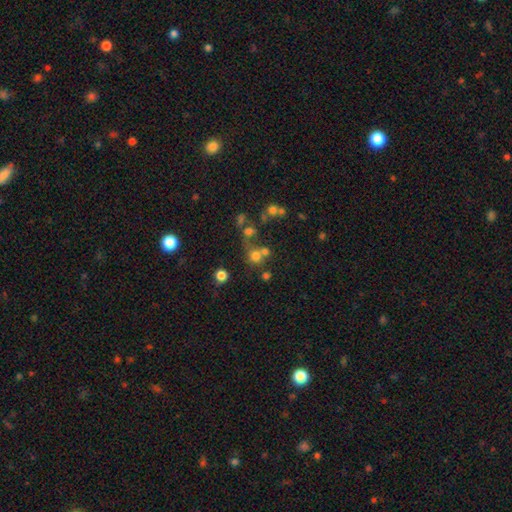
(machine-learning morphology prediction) Smooth or featured?
  - smooth: 65% *
  - star or artifact: 21%
  - featured or disk: 13%
How rounded?
  - round: 86% *
  - in between: 13%
  - cigar-shaped: 1%
Merging?
  - none: 50% *
  - merger: 33%
  - minor disturbance: 9%
  - major disturbance: 7%